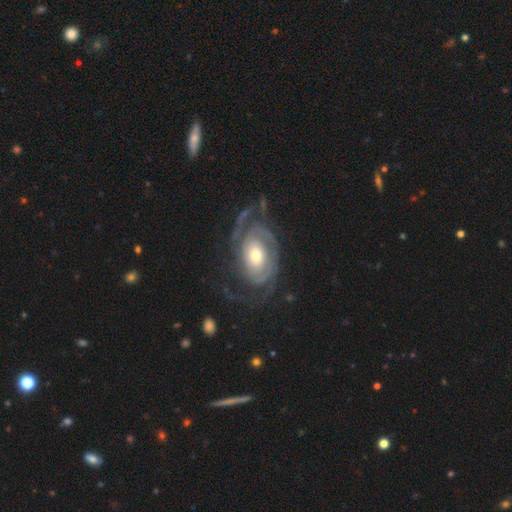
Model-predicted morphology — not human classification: Smooth or featured? featured or disk (89%)
Edge-on disk? no (97%)
Bar? no (71%)
Spiral arms? yes (96%)
Spiral winding? tight (60%)
Spiral arm count? 2 (50%)
Bulge size? moderate (62%)
Merging? none (61%)